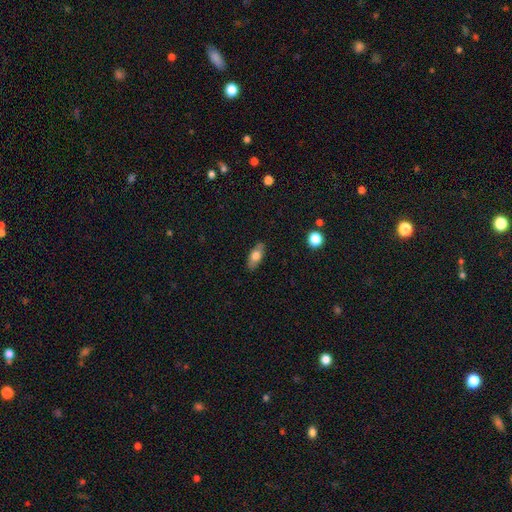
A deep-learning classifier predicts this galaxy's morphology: Smooth or featured? Predicted: smooth (p=0.70). How rounded? Predicted: in between (p=0.82). Merging? Predicted: none (p=0.85).